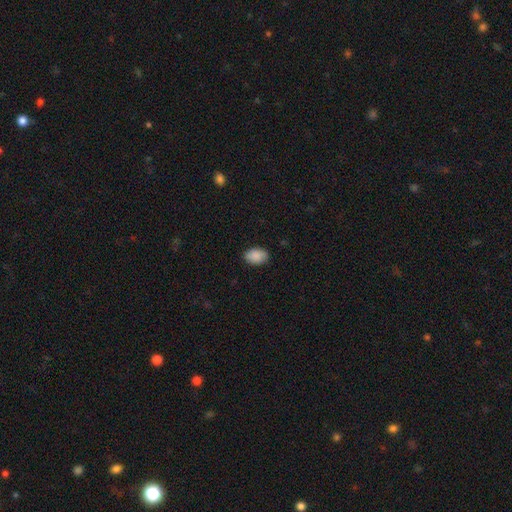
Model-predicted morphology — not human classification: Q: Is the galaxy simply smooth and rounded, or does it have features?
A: smooth — 89%.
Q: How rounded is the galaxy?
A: in between — 85%.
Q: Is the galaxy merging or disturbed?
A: none — 87%.